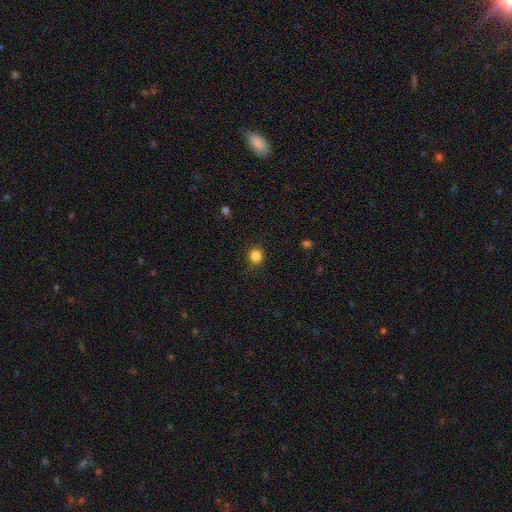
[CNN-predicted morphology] A smooth galaxy with no disk features (85%) that is round (88%).

Vote fractions:
- Smooth or featured? smooth: 85% / star or artifact: 11% / featured or disk: 3%
- How rounded? round: 88% / in between: 11% / cigar-shaped: 1%
- Merging? none: 89% / minor disturbance: 7% / major disturbance: 2% / merger: 1%